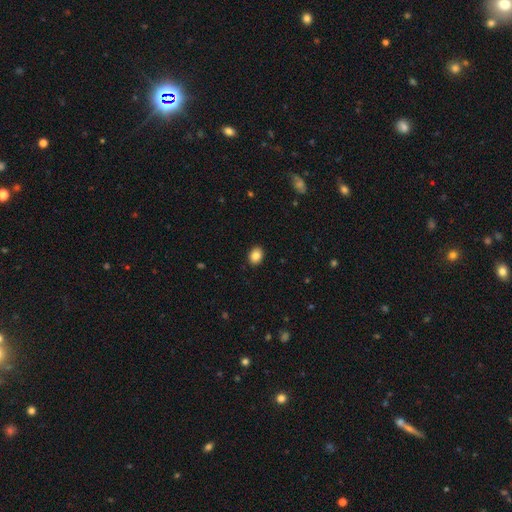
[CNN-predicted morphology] type=smooth (86%); roundness=in between (57%); merging=none (91%).